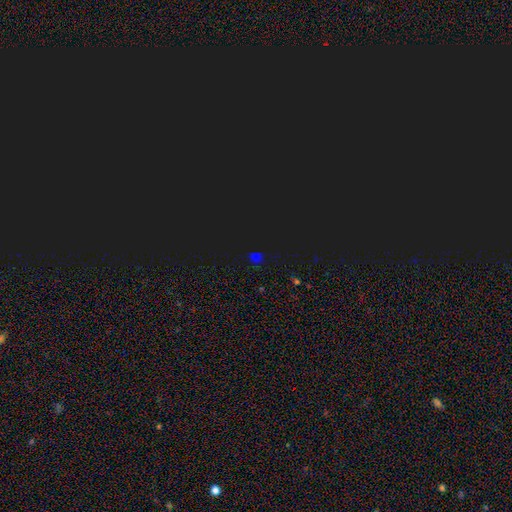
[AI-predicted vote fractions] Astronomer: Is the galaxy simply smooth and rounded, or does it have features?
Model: star or artifact — 62%.